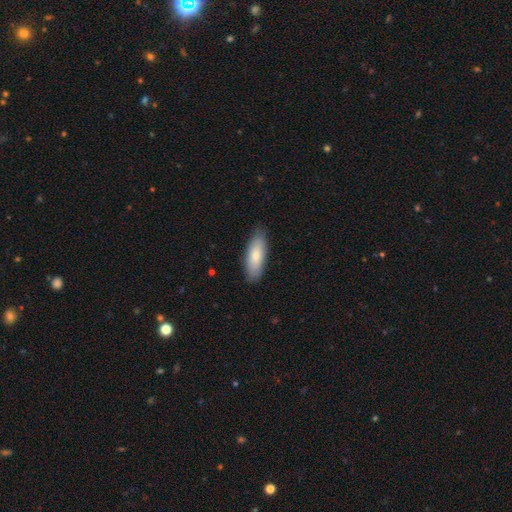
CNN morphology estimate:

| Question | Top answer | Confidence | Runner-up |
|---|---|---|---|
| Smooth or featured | smooth | 79% | featured or disk (16%) |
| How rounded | in between | 70% | cigar-shaped (28%) |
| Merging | none | 85% | minor disturbance (12%) |